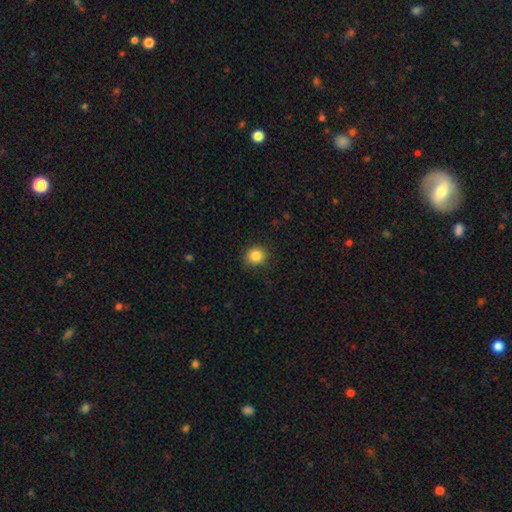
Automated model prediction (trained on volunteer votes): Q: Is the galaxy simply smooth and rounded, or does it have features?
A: smooth — 86%.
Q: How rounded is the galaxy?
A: round — 81%.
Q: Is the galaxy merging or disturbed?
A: none — 86%.